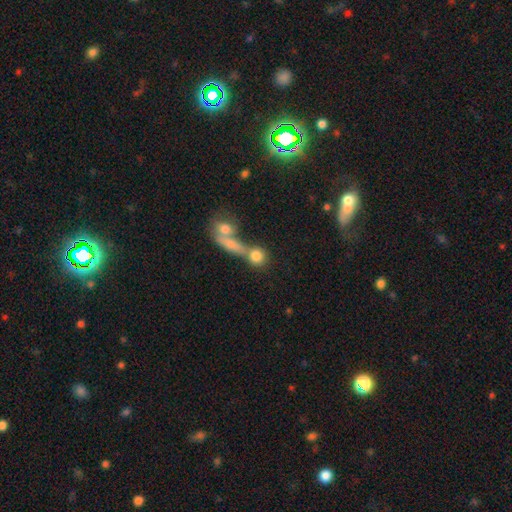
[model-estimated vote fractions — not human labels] Morphology: type=smooth (77%); roundness=round (77%); merging=none (44%).